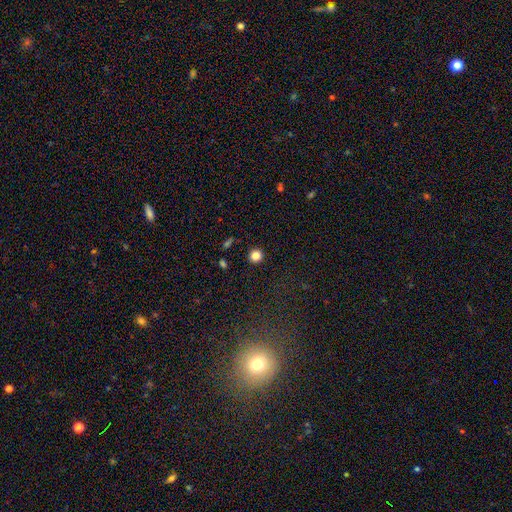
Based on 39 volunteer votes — Smooth or featured? smooth (85%)
How rounded? round (94%)
Merging? none (94%)